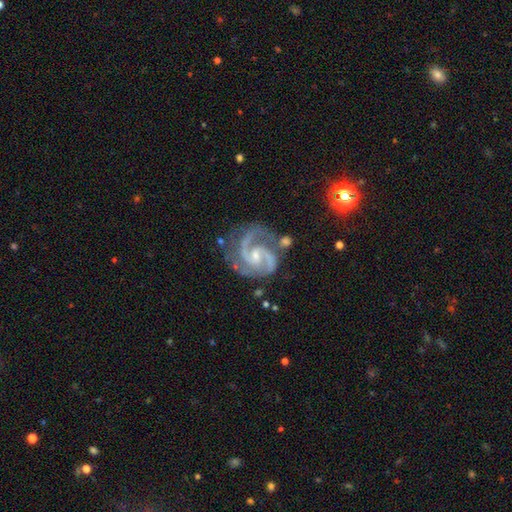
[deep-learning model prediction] This is clearly a featured or disk galaxy (93%). It is clearly not viewed edge-on (98%). Bar: marginally no (44%). Spiral arm pattern: clearly yes (99%). Spiral arm count: clearly 2 (89%). Spiral winding: likely medium (60%). Central bulge: likely small (66%). Merging: likely none (67%).